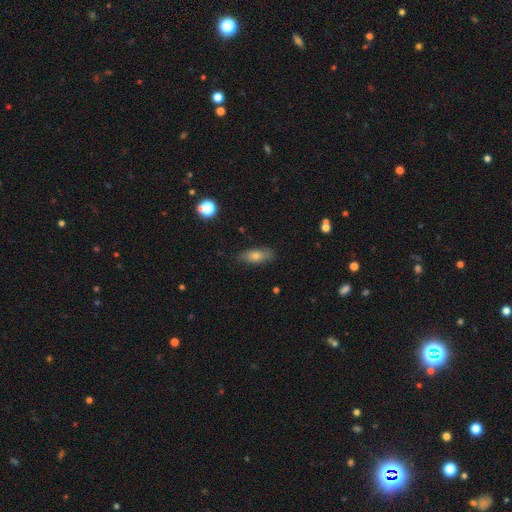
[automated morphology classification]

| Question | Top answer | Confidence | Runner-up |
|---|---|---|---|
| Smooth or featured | smooth | 67% | featured or disk (23%) |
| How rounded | in between | 76% | cigar-shaped (19%) |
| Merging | none | 81% | minor disturbance (15%) |